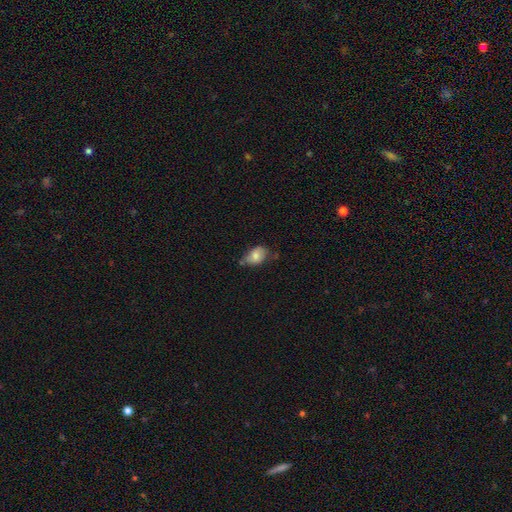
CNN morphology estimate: Smooth or featured? Predicted: smooth (p=0.74). How rounded? Predicted: in between (p=0.84). Merging? Predicted: none (p=0.50).